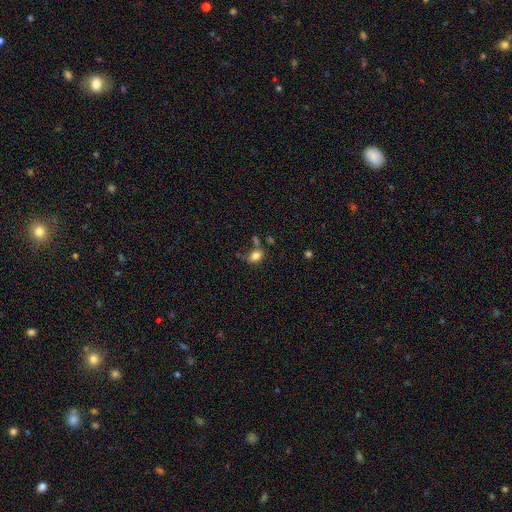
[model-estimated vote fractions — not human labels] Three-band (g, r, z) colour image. It shows a smooth galaxy with no disk features (81%) that is in between round and cigar-shaped (65%). Merging: none (59%).